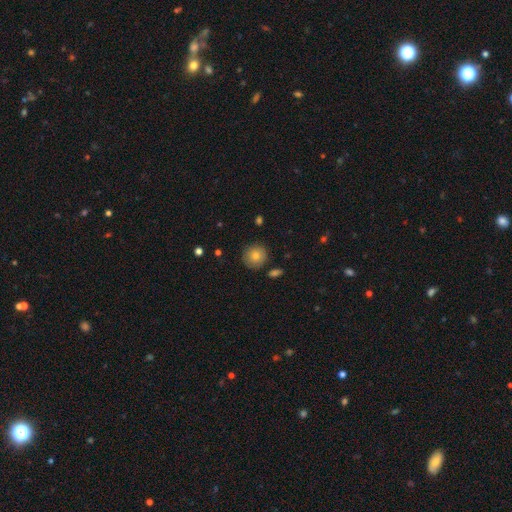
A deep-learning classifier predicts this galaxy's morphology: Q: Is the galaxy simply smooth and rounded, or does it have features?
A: smooth — 77%.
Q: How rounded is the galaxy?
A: round — 93%.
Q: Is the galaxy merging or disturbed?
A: none — 85%.